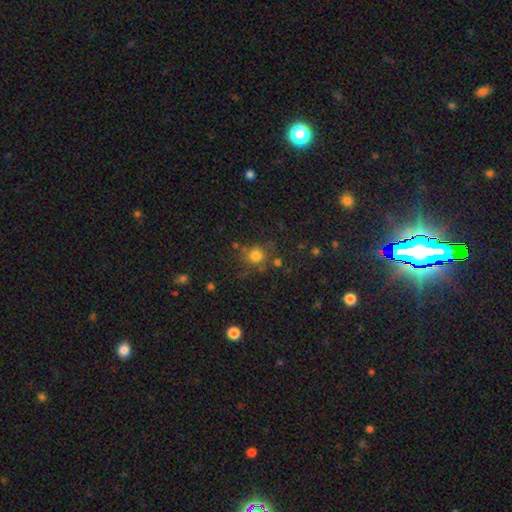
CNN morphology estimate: Q: Smooth or featured?
A: smooth (76%); runner-up: star or artifact (15%)
Q: How rounded?
A: round (88%); runner-up: in between (11%)
Q: Merging?
A: none (72%); runner-up: minor disturbance (15%)